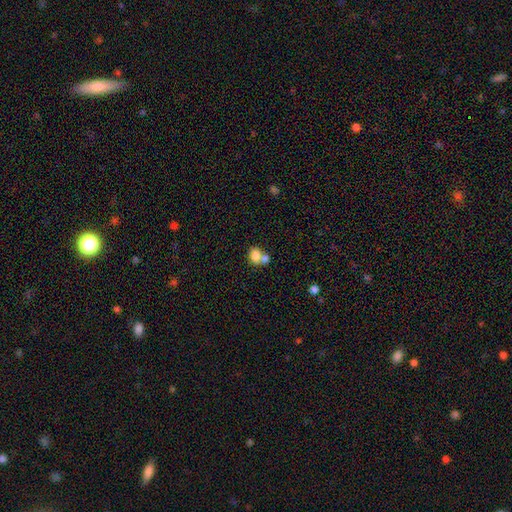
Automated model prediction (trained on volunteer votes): A smooth galaxy with no disk features (80%) that is in between round and cigar-shaped (60%).

Vote fractions:
- Smooth or featured? smooth: 80% / featured or disk: 11% / star or artifact: 9%
- How rounded? in between: 60% / round: 39% / cigar-shaped: 1%
- Merging? merger: 56% / none: 32% / minor disturbance: 8% / major disturbance: 4%